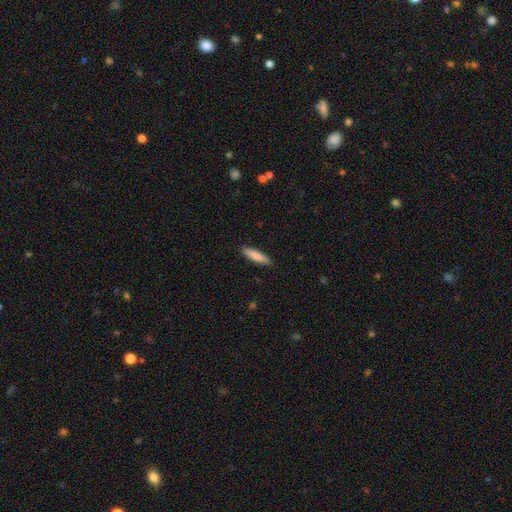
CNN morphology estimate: Overall: smooth (84%). How rounded: cigar-shaped (79%). Merging: none (90%).